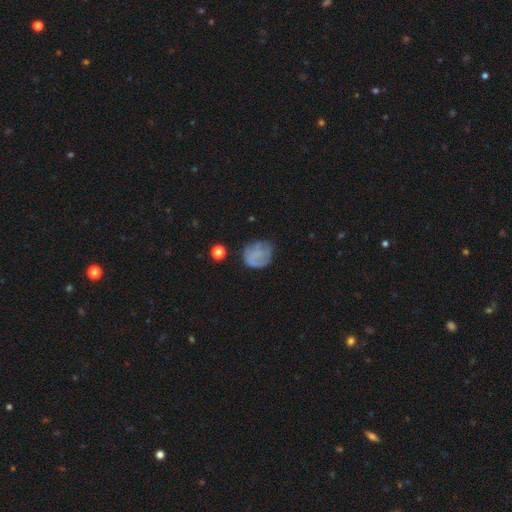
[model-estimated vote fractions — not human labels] Smooth or featured?
  - smooth: 50% *
  - featured or disk: 38%
  - star or artifact: 12%
How rounded?
  - round: 73% *
  - in between: 26%
  - cigar-shaped: 1%
Merging?
  - none: 55% *
  - minor disturbance: 25%
  - major disturbance: 18%
  - merger: 3%